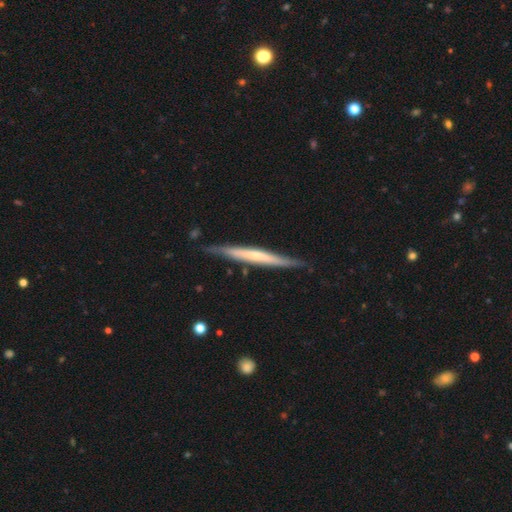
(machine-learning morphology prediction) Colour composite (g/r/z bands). It shows a featured or disk galaxy (59%) viewed edge-on (95%) with no central bulge (64%). Merging: none (84%).